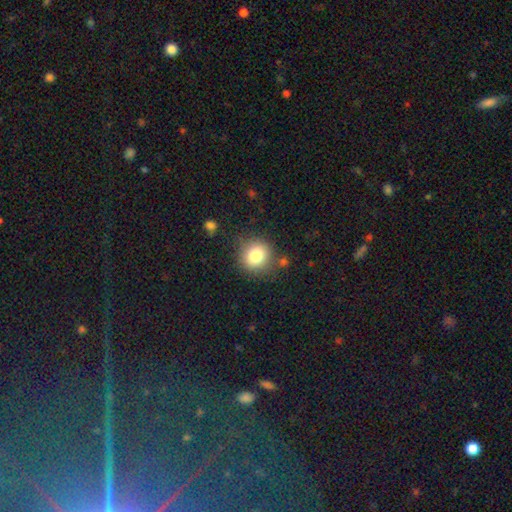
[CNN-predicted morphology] This appears to be a smooth galaxy with no disk features (81%) that is round (85%). Merging: none (82%).